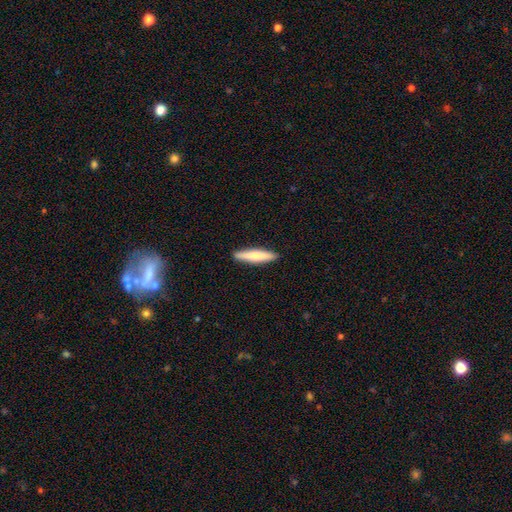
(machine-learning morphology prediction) smooth_or_featured: smooth (p=0.71) [alt: featured or disk p=0.24]
how_rounded: cigar-shaped (p=0.88) [alt: in between p=0.10]
merging: none (p=0.91) [alt: minor disturbance p=0.07]